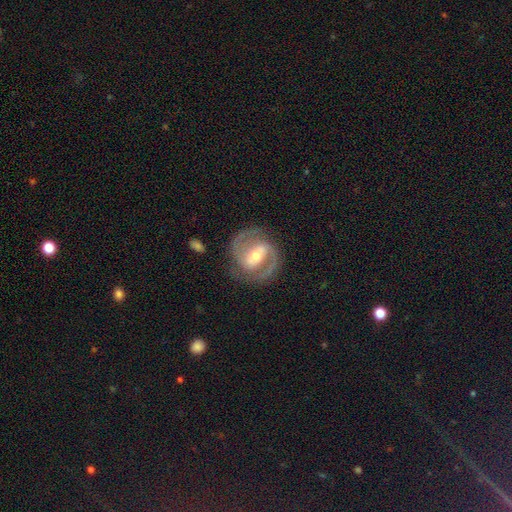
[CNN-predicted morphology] Overall: featured or disk (90%). Edge-on disk: no (97%). Bar: strong (52%; weak 35%). Spiral arms: yes (96%). Spiral arm count: 2 (92%). Spiral winding: medium (57%; tight 32%). Bulge size: moderate (58%; small 37%). Merging: none (83%).